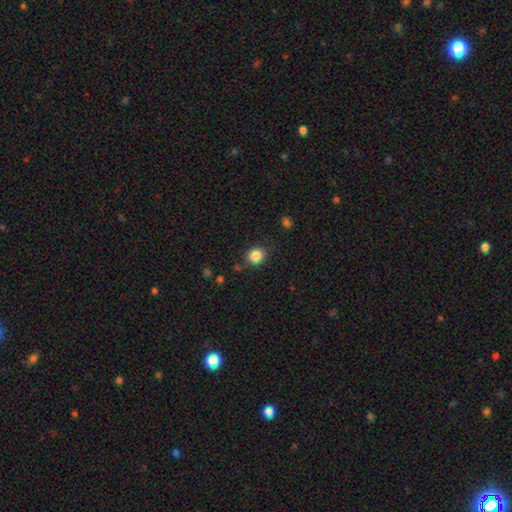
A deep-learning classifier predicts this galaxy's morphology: A smooth galaxy with no disk features (85%) that is round (78%). Merging: none (84%).